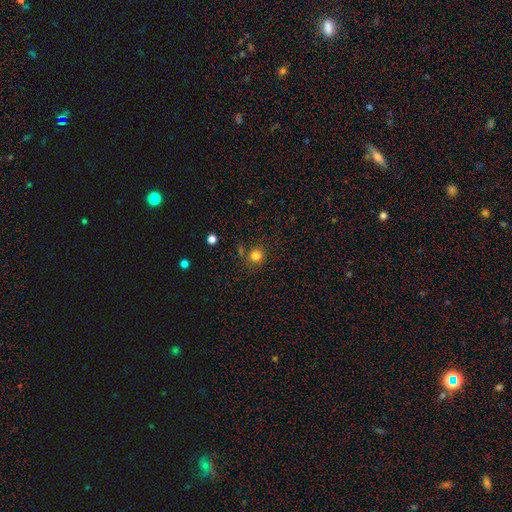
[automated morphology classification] smooth-or-featured: smooth: 81% | star or artifact: 13% | featured or disk: 6%
  how-rounded: round: 89% | in between: 10% | cigar-shaped: 1%
  merging: none: 76% | minor disturbance: 12% | merger: 8% | major disturbance: 4%